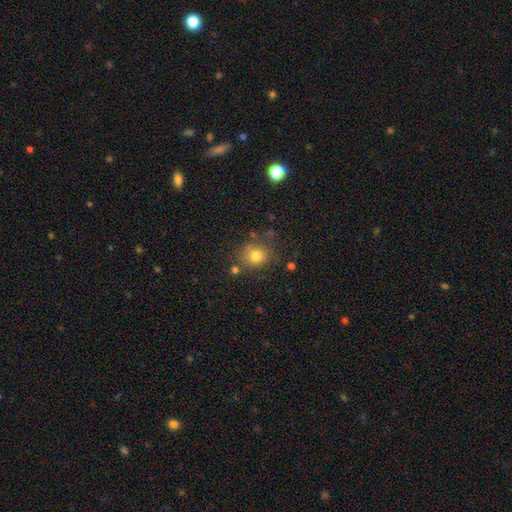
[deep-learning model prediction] This appears to be a smooth galaxy with no disk features (77%) that is round (81%). Merging: none (73%).